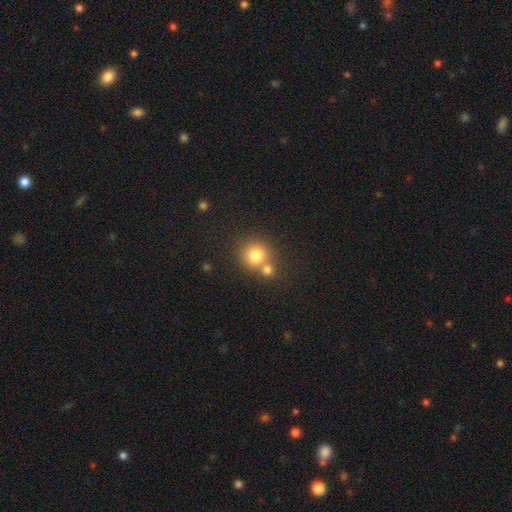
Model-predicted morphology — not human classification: Smooth or featured? smooth (78%)
How rounded? round (89%)
Merging? none (53%)